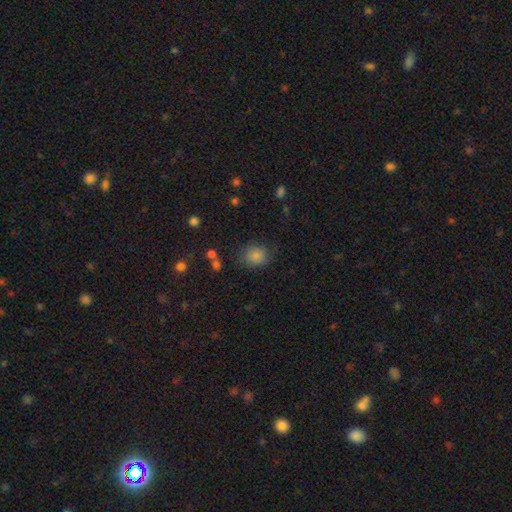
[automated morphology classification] This is clearly a smooth galaxy (84%). How rounded: likely round (72%). Merging: likely none (76%).